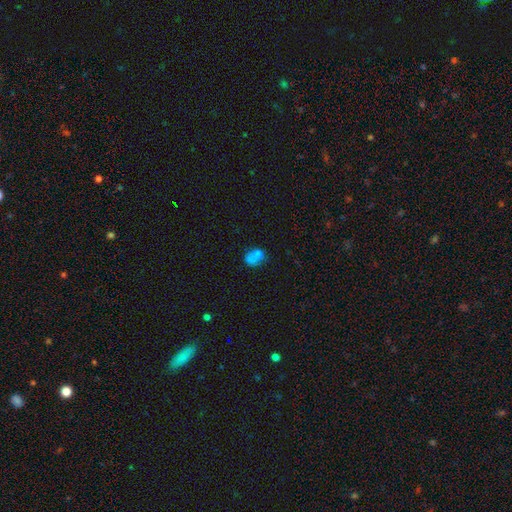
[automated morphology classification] Smooth or featured? smooth (68%)
How rounded? round (57%)
Merging? merger (52%)